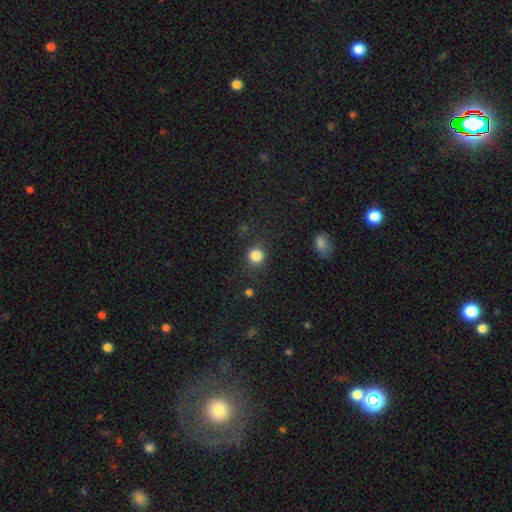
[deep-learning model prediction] smooth_or_featured: smooth (p=0.84) [alt: star or artifact p=0.12]
how_rounded: round (p=0.90) [alt: in between p=0.09]
merging: none (p=0.85) [alt: minor disturbance p=0.09]